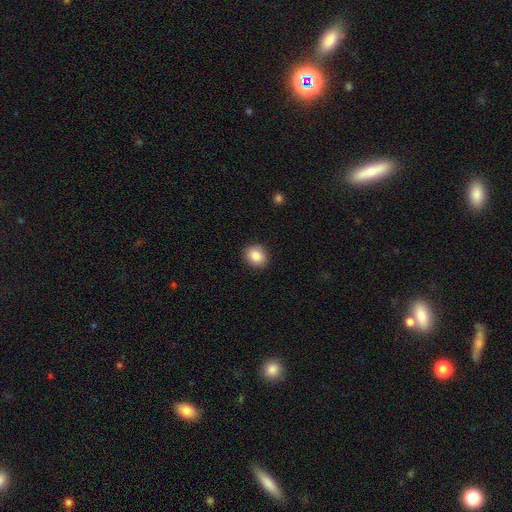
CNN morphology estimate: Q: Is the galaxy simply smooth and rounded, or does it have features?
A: smooth — 87%.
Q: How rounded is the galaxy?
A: round — 65%.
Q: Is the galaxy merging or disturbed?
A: none — 89%.